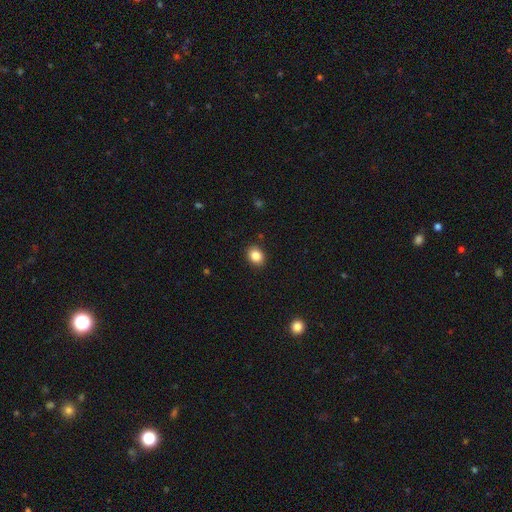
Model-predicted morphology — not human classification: Smooth or featured: smooth — 86% (star or artifact — 9%)
How rounded: in between — 55% (round — 44%)
Merging: none — 89% (minor disturbance — 7%)